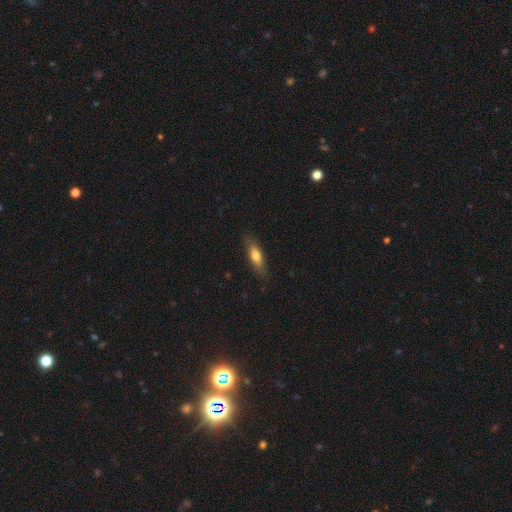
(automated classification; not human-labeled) smooth_or_featured: smooth (p=0.68) [alt: featured or disk p=0.26]
how_rounded: cigar-shaped (p=0.50) [alt: in between p=0.47]
merging: none (p=0.81) [alt: minor disturbance p=0.15]